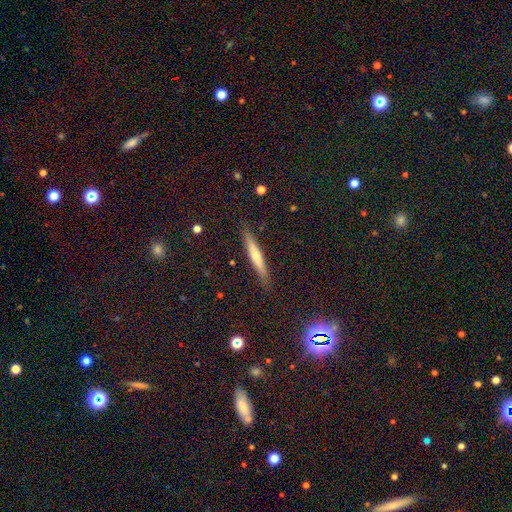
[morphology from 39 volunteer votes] Q: Smooth or featured?
A: smooth (59%); runner-up: featured or disk (41%)
Q: How rounded?
A: cigar-shaped (96%); runner-up: in between (4%)
Q: Merging?
A: none (87%); runner-up: minor disturbance (10%)